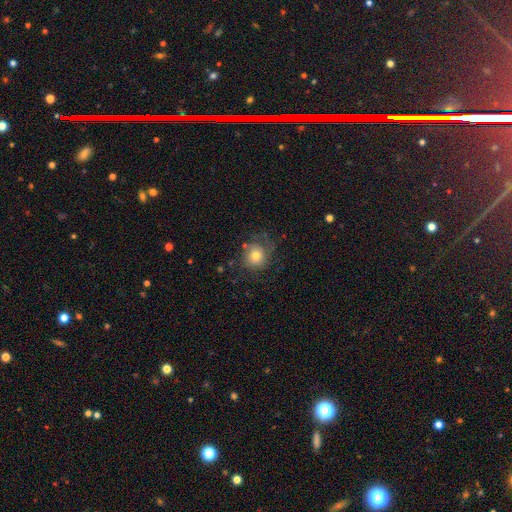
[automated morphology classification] Q: Smooth or featured?
A: smooth (63%); runner-up: featured or disk (27%)
Q: How rounded?
A: round (85%); runner-up: in between (14%)
Q: Merging?
A: none (61%); runner-up: minor disturbance (20%)